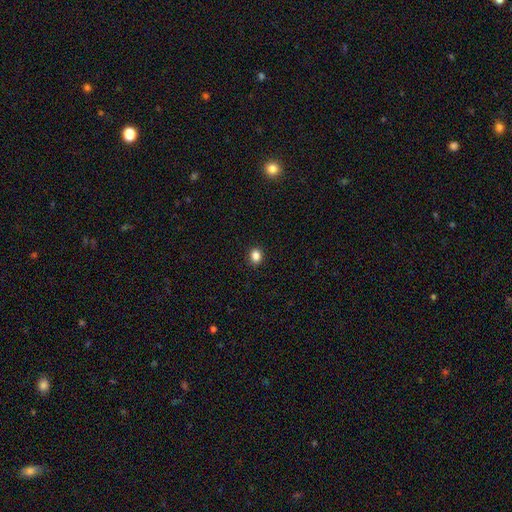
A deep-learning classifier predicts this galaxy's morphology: smooth 85%, star or artifact 11%, featured or disk 4%. Down the decision tree: how rounded — round (57%); merging — none (90%).